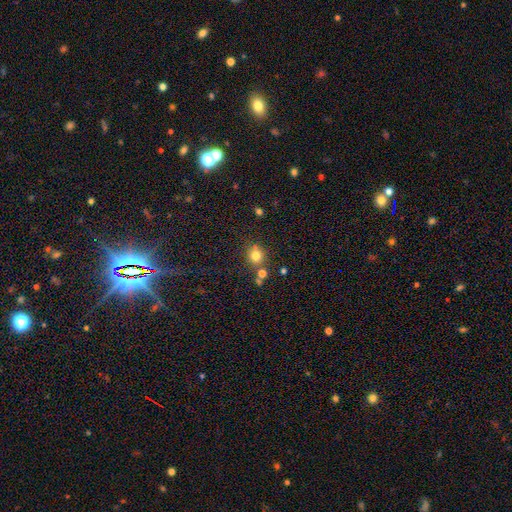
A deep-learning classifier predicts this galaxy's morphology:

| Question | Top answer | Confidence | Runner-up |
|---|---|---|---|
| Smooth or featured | smooth | 77% | star or artifact (15%) |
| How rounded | round | 86% | in between (13%) |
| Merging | none | 73% | merger (13%) |